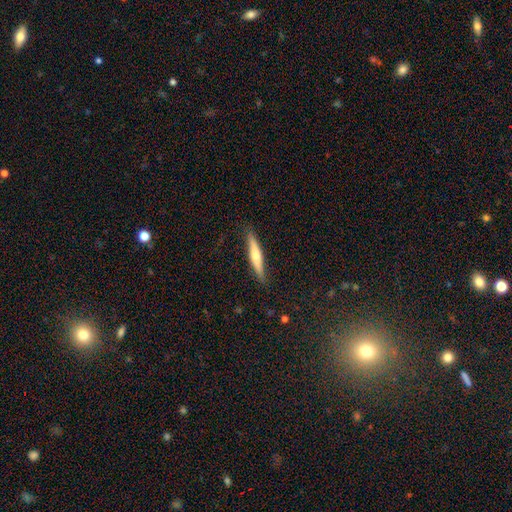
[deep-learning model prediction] A smooth galaxy with no disk features (55%) that is cigar-shaped (90%).

Vote fractions:
- Smooth or featured? smooth: 55% / featured or disk: 40% / star or artifact: 6%
- How rounded? cigar-shaped: 90% / in between: 9% / round: 1%
- Merging? none: 86% / minor disturbance: 11% / major disturbance: 2% / merger: 1%